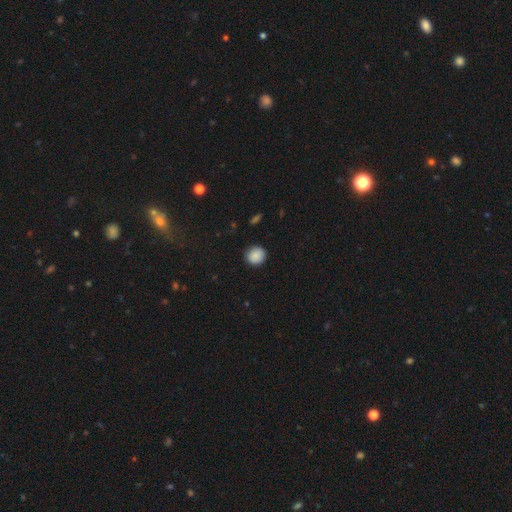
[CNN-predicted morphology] Smooth or featured: smooth — 88% (star or artifact — 8%)
How rounded: round — 88% (in between — 11%)
Merging: none — 88% (minor disturbance — 9%)